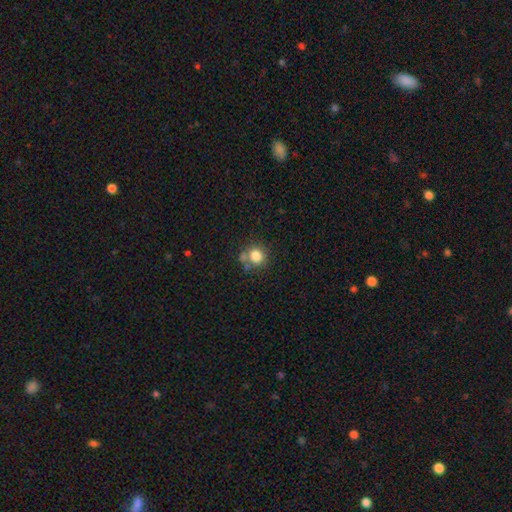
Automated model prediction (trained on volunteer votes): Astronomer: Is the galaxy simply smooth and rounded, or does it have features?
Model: smooth — 81%.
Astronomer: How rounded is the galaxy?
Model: round — 82%.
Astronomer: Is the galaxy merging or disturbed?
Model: none — 62%.